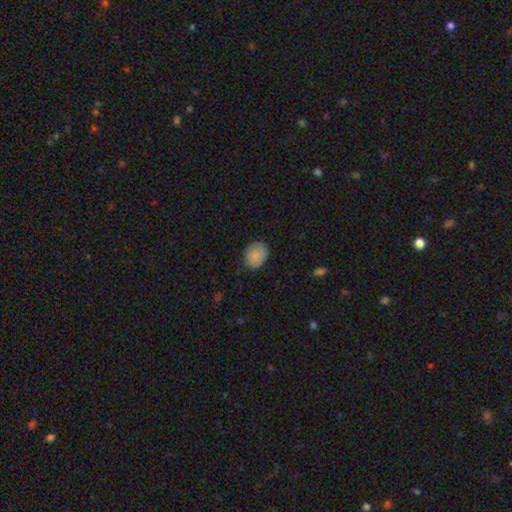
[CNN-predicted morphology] A smooth galaxy with no disk features (86%) that is round (52%). Merging: none (79%).